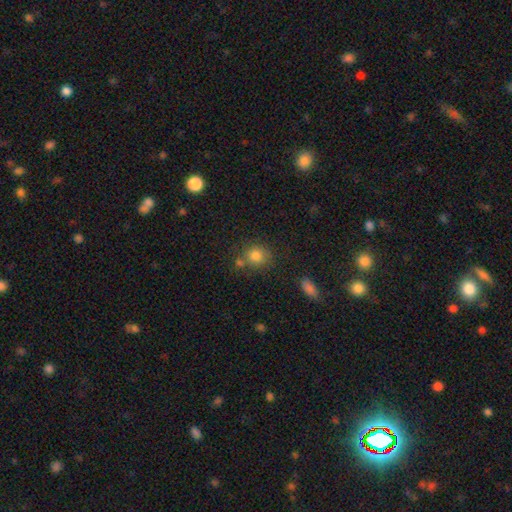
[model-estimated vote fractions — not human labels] Smooth or featured: smooth — 81% (star or artifact — 11%)
How rounded: round — 83% (in between — 16%)
Merging: none — 64% (merger — 18%)